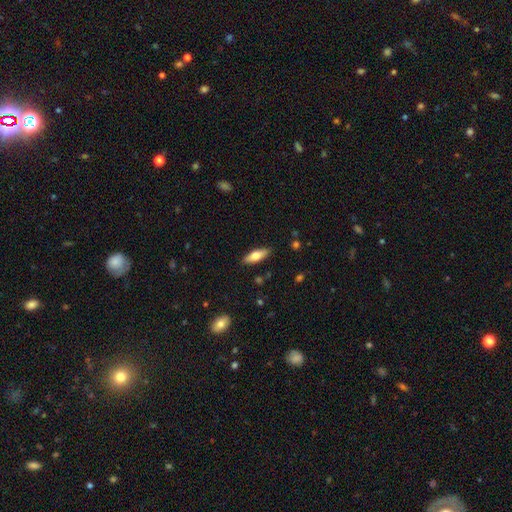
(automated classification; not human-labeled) smooth-or-featured: smooth: 68% | featured or disk: 26% | star or artifact: 6%
  how-rounded: in between: 60% | cigar-shaped: 38% | round: 2%
  merging: none: 88% | minor disturbance: 9% | major disturbance: 2% | merger: 1%